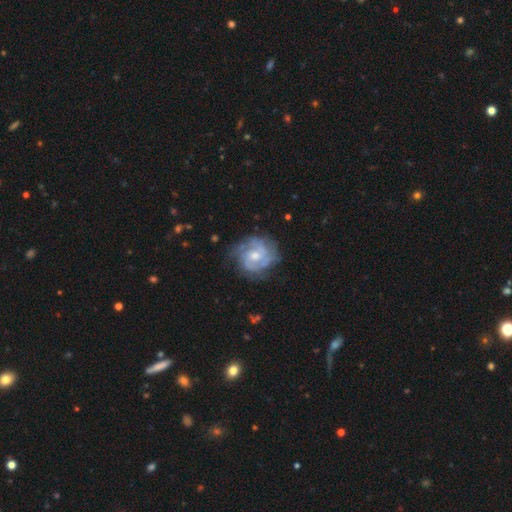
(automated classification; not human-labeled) smooth_or_featured: featured or disk (p=0.79) [alt: smooth p=0.15]
disk_edge_on: no (p=0.98) [alt: yes p=0.02]
bar: no (p=0.66) [alt: weak p=0.30]
has_spiral_arms: yes (p=0.89) [alt: no p=0.11]
spiral_winding: tight (p=0.57) [alt: medium p=0.33]
spiral_arm_count: 2 (p=0.42) [alt: can't tell p=0.31]
bulge_size: moderate (p=0.58) [alt: small p=0.35]
merging: none (p=0.66) [alt: minor disturbance p=0.22]